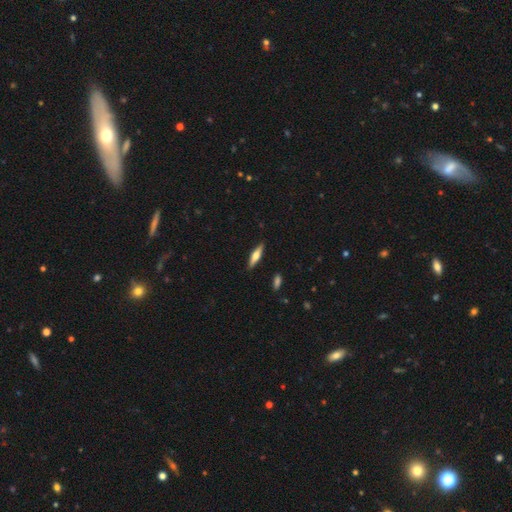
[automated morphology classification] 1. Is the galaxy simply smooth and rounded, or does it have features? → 51% smooth, 44% featured or disk, 6% star or artifact.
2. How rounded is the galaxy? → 70% cigar-shaped, 28% in between, 2% round.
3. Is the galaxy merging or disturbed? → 89% none, 8% minor disturbance, 2% major disturbance, 1% merger.